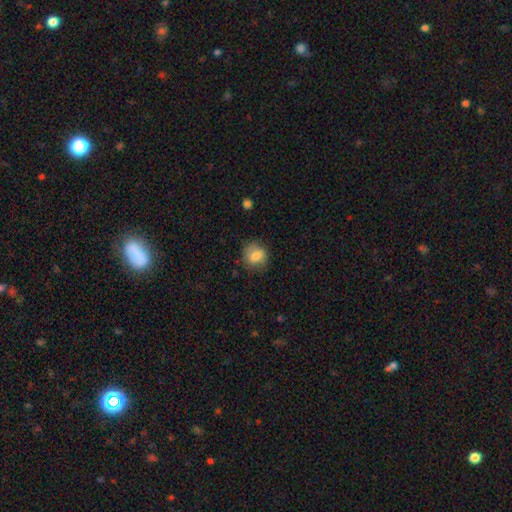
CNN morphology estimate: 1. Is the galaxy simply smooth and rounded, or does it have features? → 81% smooth, 10% featured or disk, 9% star or artifact.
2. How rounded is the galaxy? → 74% round, 25% in between, 1% cigar-shaped.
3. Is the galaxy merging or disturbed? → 74% none, 20% minor disturbance, 5% major disturbance, 1% merger.